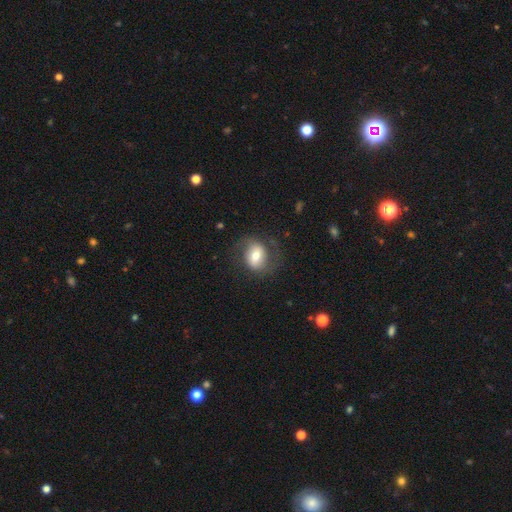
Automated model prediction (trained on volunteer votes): smooth_or_featured: smooth (p=0.58) [alt: featured or disk p=0.34]
how_rounded: in between (p=0.61) [alt: round p=0.37]
merging: none (p=0.67) [alt: minor disturbance p=0.19]